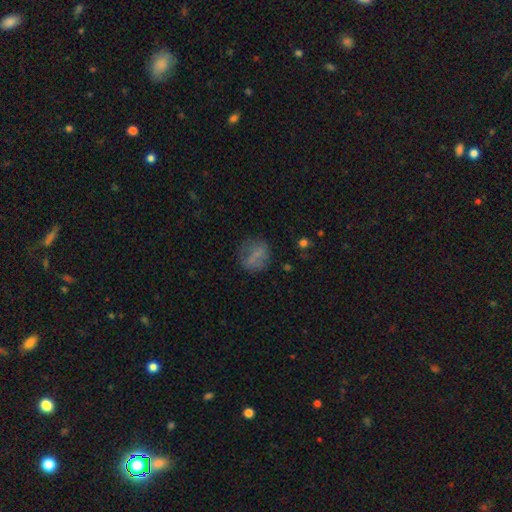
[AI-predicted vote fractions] smooth_or_featured: smooth (p=0.63) [alt: featured or disk p=0.24]
how_rounded: round (p=0.78) [alt: in between p=0.20]
merging: none (p=0.63) [alt: minor disturbance p=0.19]